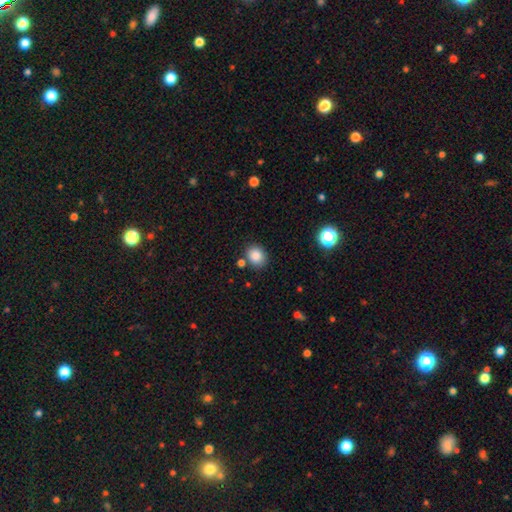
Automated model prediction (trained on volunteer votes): smooth_or_featured: smooth (p=0.86) [alt: star or artifact p=0.10]
how_rounded: round (p=0.62) [alt: in between p=0.37]
merging: none (p=0.78) [alt: minor disturbance p=0.11]